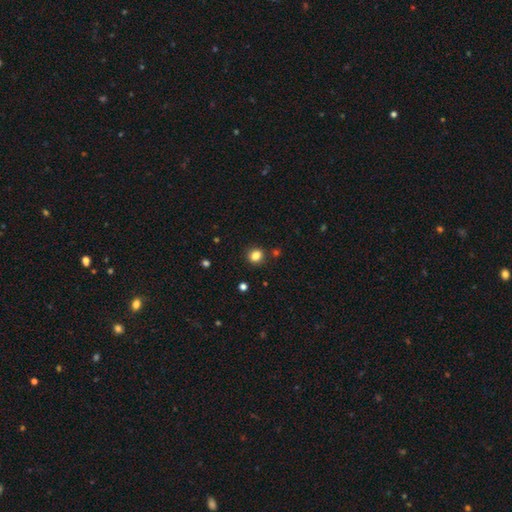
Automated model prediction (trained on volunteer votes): Smooth or featured: smooth — 83% (star or artifact — 12%)
How rounded: round — 74% (in between — 25%)
Merging: none — 86% (minor disturbance — 8%)